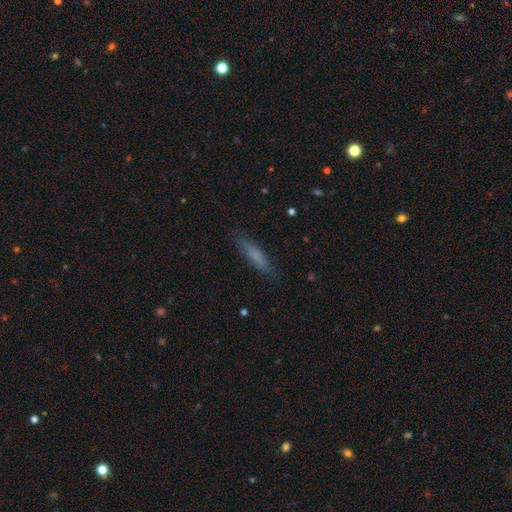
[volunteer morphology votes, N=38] A smooth galaxy with no disk features (66%) that is cigar-shaped (100%). Merging: none (86%).